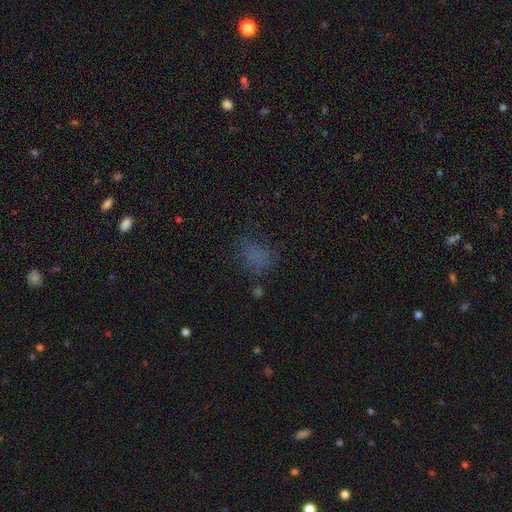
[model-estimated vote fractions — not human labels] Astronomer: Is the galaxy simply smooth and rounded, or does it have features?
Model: smooth — 65%.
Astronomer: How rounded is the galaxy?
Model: in between — 63%.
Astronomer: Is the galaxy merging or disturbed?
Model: none — 62%.